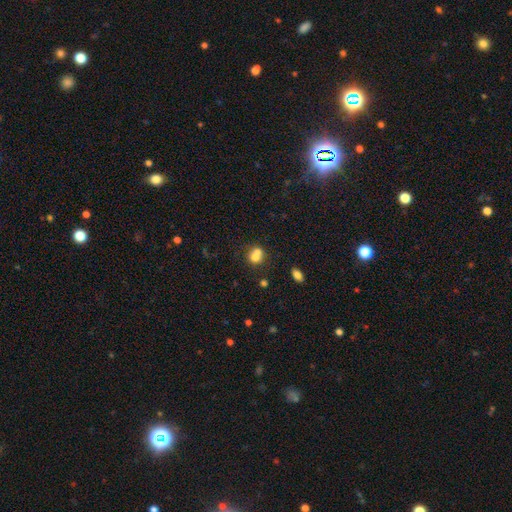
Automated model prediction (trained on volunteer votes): This is likely a smooth galaxy (72%). How rounded: likely round (74%). Merging: possibly merger (52%).